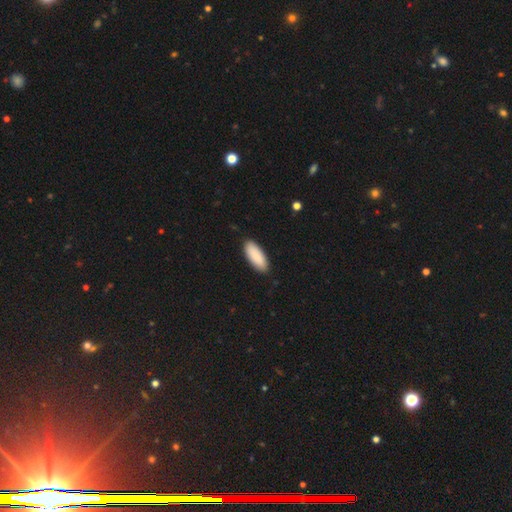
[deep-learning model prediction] Smooth or featured?
  - smooth: 90% *
  - featured or disk: 5%
  - star or artifact: 5%
How rounded?
  - in between: 79% *
  - cigar-shaped: 19%
  - round: 1%
Merging?
  - none: 89% *
  - minor disturbance: 9%
  - major disturbance: 2%
  - merger: 1%